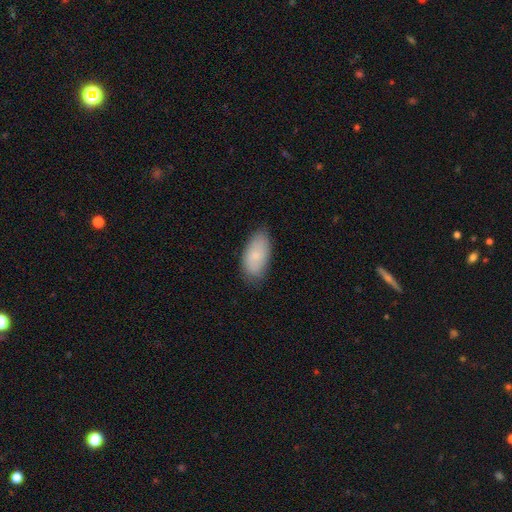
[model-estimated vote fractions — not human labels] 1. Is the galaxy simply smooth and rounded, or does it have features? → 78% smooth, 15% featured or disk, 7% star or artifact.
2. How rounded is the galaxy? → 93% in between, 4% cigar-shaped, 3% round.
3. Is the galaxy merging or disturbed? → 78% none, 18% minor disturbance, 3% major disturbance, 1% merger.